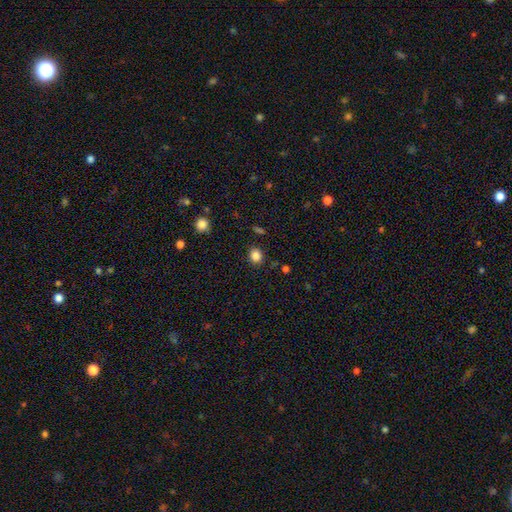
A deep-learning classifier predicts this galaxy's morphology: type=smooth (84%); roundness=round (74%); merging=none (87%).